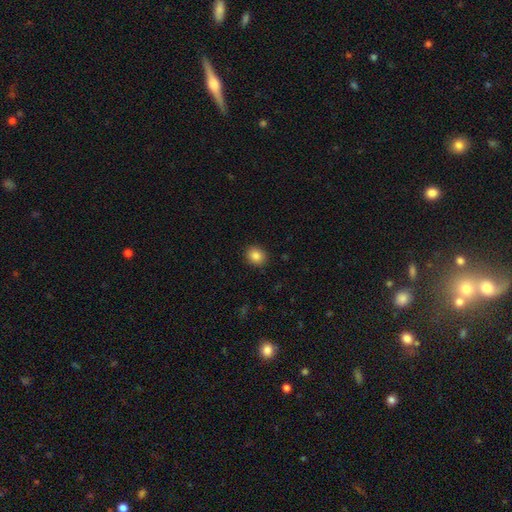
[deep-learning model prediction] This is clearly a smooth galaxy (86%). How rounded: likely round (68%). Merging: clearly none (90%).